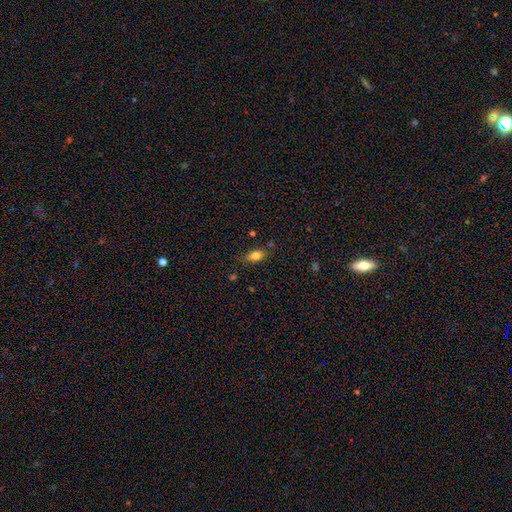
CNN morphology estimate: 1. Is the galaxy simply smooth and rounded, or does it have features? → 78% smooth, 12% featured or disk, 9% star or artifact.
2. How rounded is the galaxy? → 84% in between, 9% round, 7% cigar-shaped.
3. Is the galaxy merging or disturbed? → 75% none, 18% minor disturbance, 4% major disturbance, 3% merger.